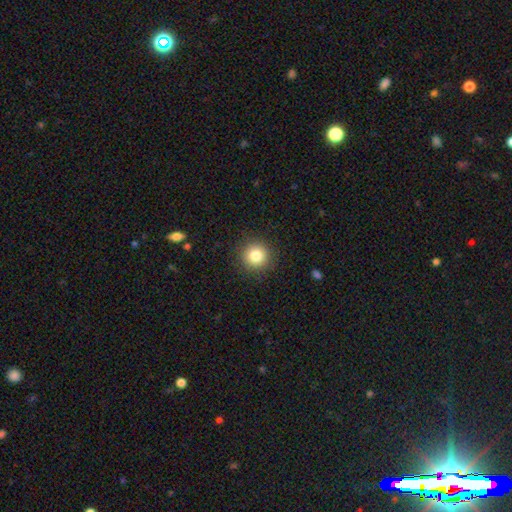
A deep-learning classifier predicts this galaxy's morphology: A smooth galaxy with no disk features (83%) that is round (95%).

Vote fractions:
- Smooth or featured? smooth: 83% / star or artifact: 11% / featured or disk: 6%
- How rounded? round: 95% / in between: 4% / cigar-shaped: 1%
- Merging? none: 91% / minor disturbance: 6% / major disturbance: 2% / merger: 1%